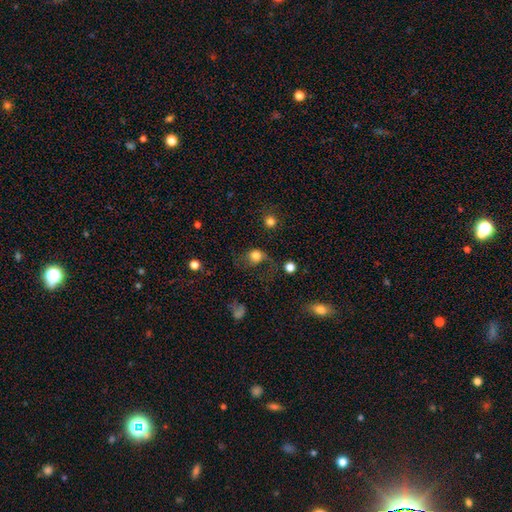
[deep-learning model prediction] A smooth galaxy with no disk features (70%) that is round (72%). Merging: major disturbance (42%).